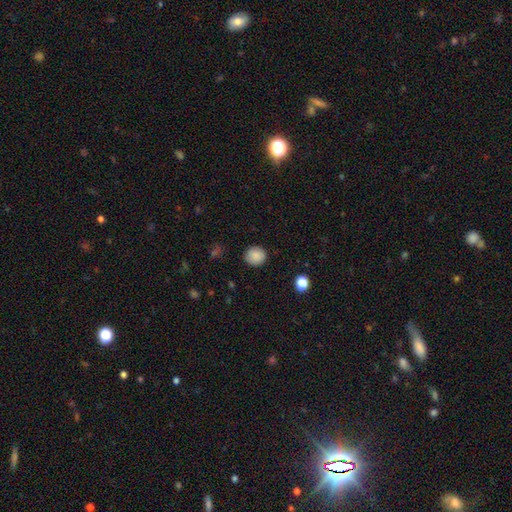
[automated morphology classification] type=smooth (87%); roundness=round (86%); merging=none (89%).